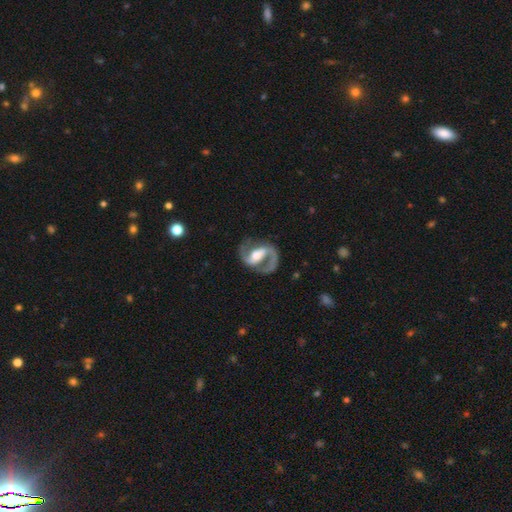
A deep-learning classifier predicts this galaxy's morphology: The model was most divided on "bar": strong: 45%, weak: 38%, no: 17%. More confident: edge-on disk — no (98%); spiral arms — yes (96%); spiral arm count — 2 (90%); smooth or featured — featured or disk (90%); merging — none (74%); spiral winding — medium (60%); bulge size — moderate (57%).